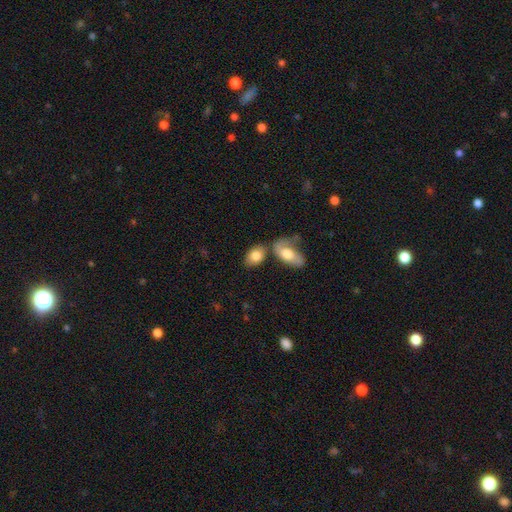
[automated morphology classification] This appears to be a smooth galaxy with no disk features (80%) that is in between round and cigar-shaped (86%). Merging: none (51%).